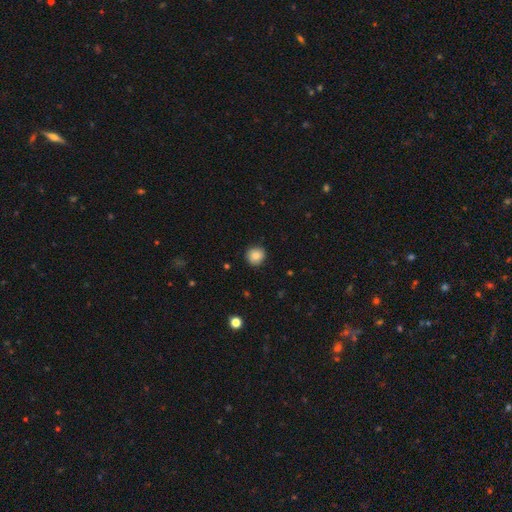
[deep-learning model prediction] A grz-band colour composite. It shows a smooth galaxy with no disk features (84%) that is round (90%). Merging: none (88%).